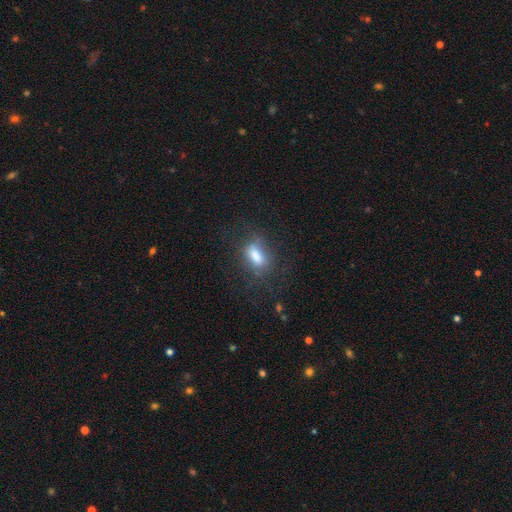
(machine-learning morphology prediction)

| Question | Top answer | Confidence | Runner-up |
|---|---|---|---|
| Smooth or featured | smooth | 72% | featured or disk (16%) |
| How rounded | in between | 79% | cigar-shaped (13%) |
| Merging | none | 60% | minor disturbance (20%) |